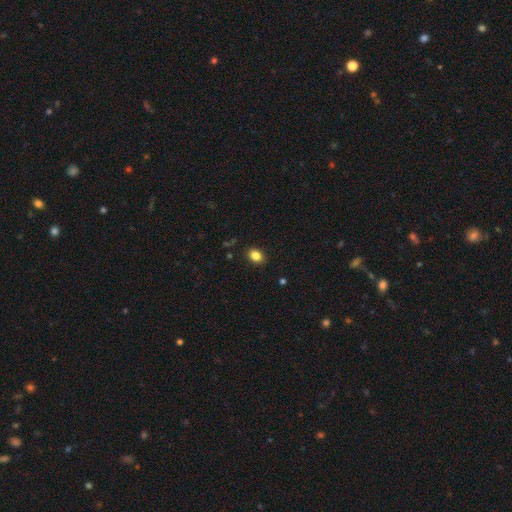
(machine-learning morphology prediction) type=smooth (85%); roundness=in between (67%); merging=none (89%).